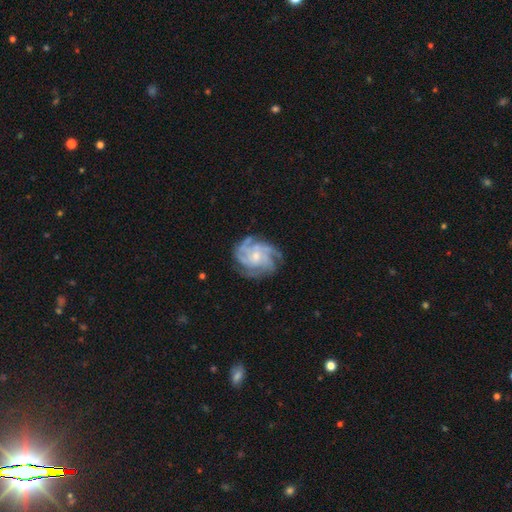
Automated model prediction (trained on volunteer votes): A featured or disk galaxy (85%) with no bar (71%), 4 (35%) tight (57%) spiral arms (96%) and a small central bulge (53%).

Vote fractions:
- Smooth or featured? featured or disk: 85% / smooth: 9% / star or artifact: 7%
- Edge-on disk? no: 98% / yes: 2%
- Bar? no: 71% / weak: 25% / strong: 4%
- Spiral arms? yes: 96% / no: 4%
- Spiral winding? tight: 57% / medium: 35% / loose: 9%
- Spiral arm count? 4: 35% / can't tell: 22% / more than 4: 16% / 3: 14% / 2: 7% / 1: 6%
- Bulge size? small: 53% / moderate: 40% / none: 3% / large: 2% / dominant: 1%
- Merging? none: 74% / minor disturbance: 17% / major disturbance: 7% / merger: 1%